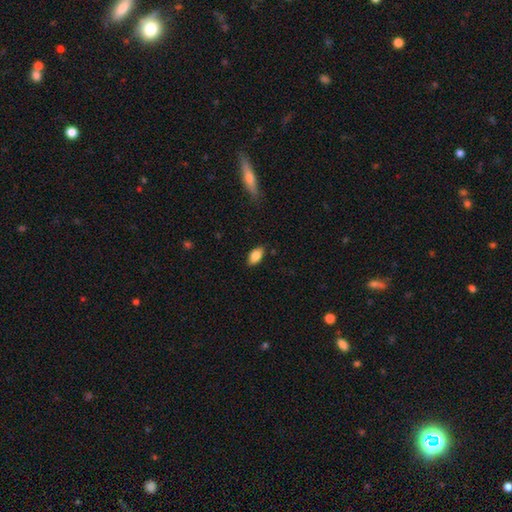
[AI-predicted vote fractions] Q: Smooth or featured?
A: smooth (83%); runner-up: featured or disk (10%)
Q: How rounded?
A: in between (92%); runner-up: cigar-shaped (4%)
Q: Merging?
A: none (85%); runner-up: minor disturbance (11%)